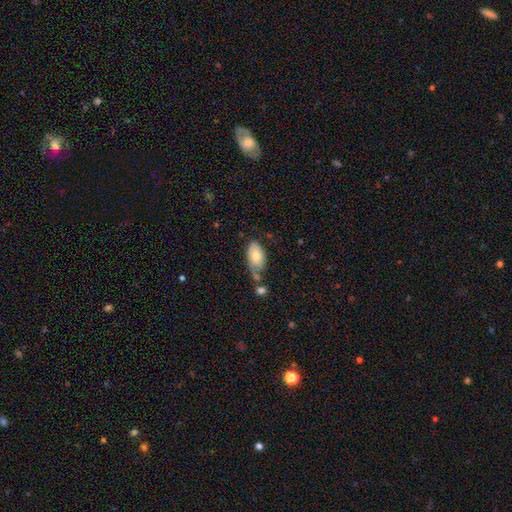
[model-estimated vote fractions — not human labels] A smooth galaxy with no disk features (67%) that is in between round and cigar-shaped (93%).

Vote fractions:
- Smooth or featured? smooth: 67% / featured or disk: 27% / star or artifact: 6%
- How rounded? in between: 93% / round: 4% / cigar-shaped: 3%
- Merging? none: 41% / minor disturbance: 27% / merger: 19% / major disturbance: 13%